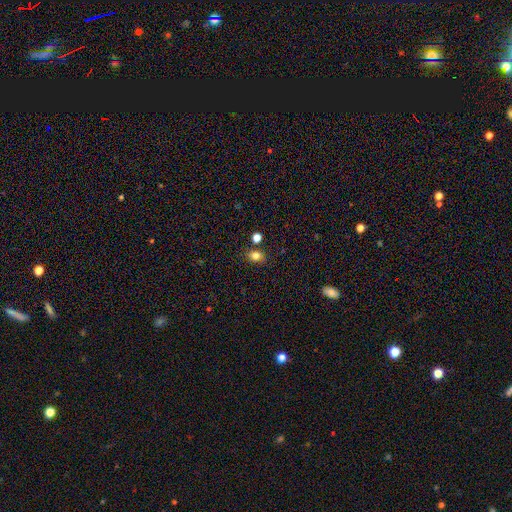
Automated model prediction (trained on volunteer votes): Smooth or featured? Predicted: smooth (p=0.80). How rounded? Predicted: in between (p=0.53). Merging? Predicted: none (p=0.80).